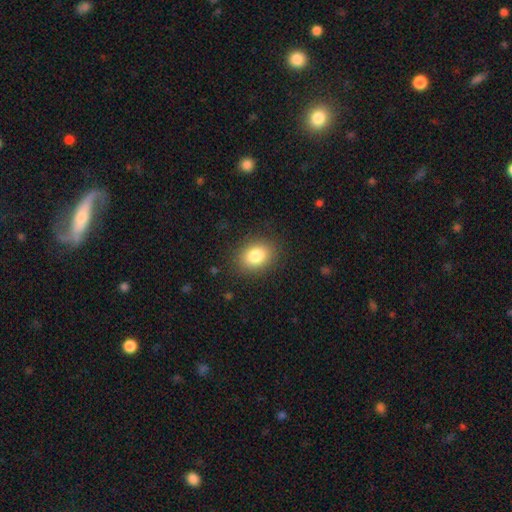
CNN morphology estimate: Q: Smooth or featured?
A: smooth (82%); runner-up: star or artifact (9%)
Q: How rounded?
A: in between (64%); runner-up: round (35%)
Q: Merging?
A: none (86%); runner-up: minor disturbance (9%)